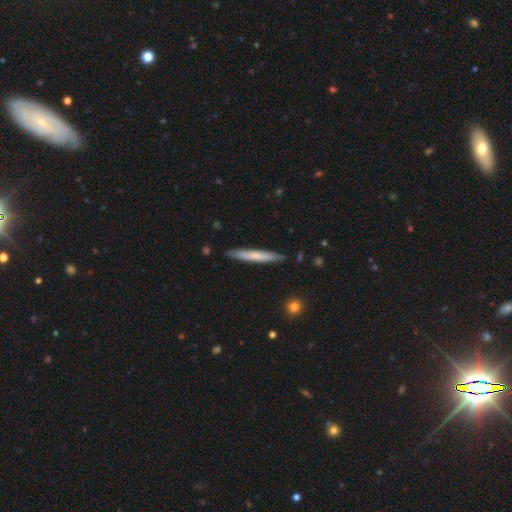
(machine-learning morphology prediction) Q: Smooth or featured?
A: smooth (63%); runner-up: featured or disk (32%)
Q: How rounded?
A: cigar-shaped (95%); runner-up: in between (3%)
Q: Merging?
A: none (88%); runner-up: minor disturbance (9%)